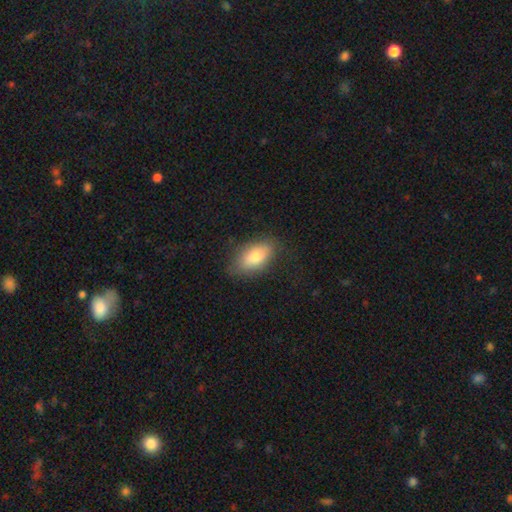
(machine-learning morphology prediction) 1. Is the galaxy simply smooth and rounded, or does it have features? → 75% smooth, 17% featured or disk, 7% star or artifact.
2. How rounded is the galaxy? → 89% in between, 6% cigar-shaped, 5% round.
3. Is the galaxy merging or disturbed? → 78% none, 17% minor disturbance, 4% major disturbance, 1% merger.